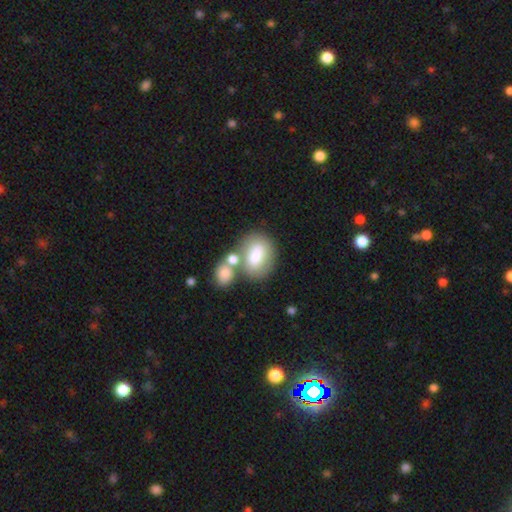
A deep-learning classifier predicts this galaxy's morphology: smooth 72%, featured or disk 20%, star or artifact 8%. Down the decision tree: how rounded — in between (69%); merging — none (46%).